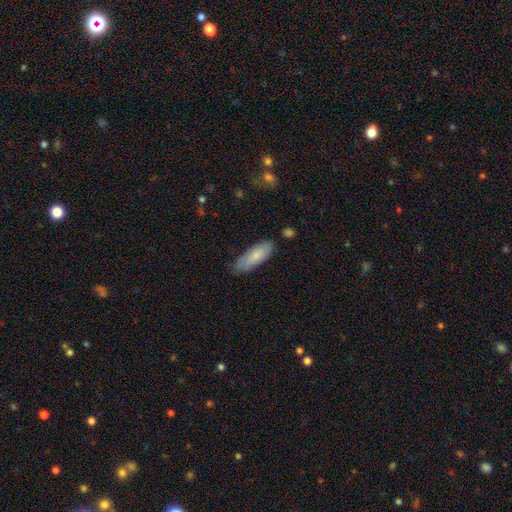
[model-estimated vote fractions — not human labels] smooth_or_featured: smooth (p=0.78) [alt: featured or disk p=0.16]
how_rounded: in between (p=0.60) [alt: cigar-shaped p=0.38]
merging: none (p=0.75) [alt: minor disturbance p=0.20]